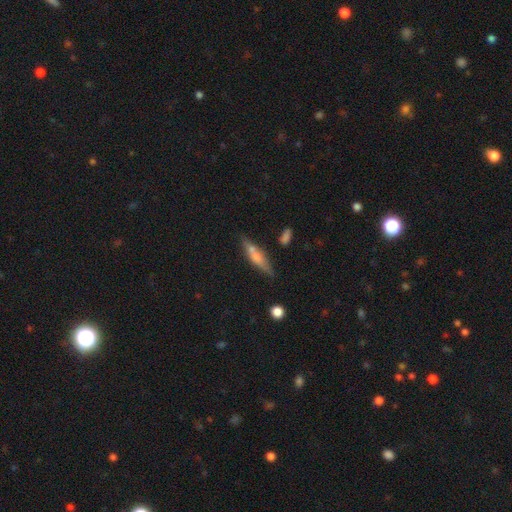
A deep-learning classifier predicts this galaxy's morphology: The model was most divided on "smooth or featured": smooth: 50%, featured or disk: 42%, star or artifact: 7%. More confident: how rounded — cigar-shaped (72%); merging — none (66%).